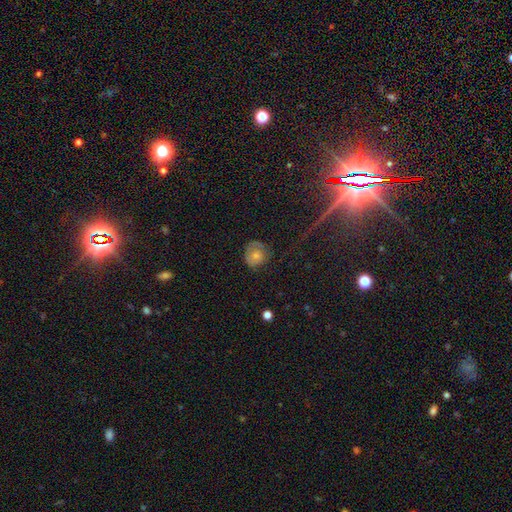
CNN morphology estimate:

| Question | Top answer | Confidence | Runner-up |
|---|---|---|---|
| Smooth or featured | smooth | 58% | featured or disk (32%) |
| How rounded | round | 78% | in between (21%) |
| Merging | none | 62% | minor disturbance (25%) |